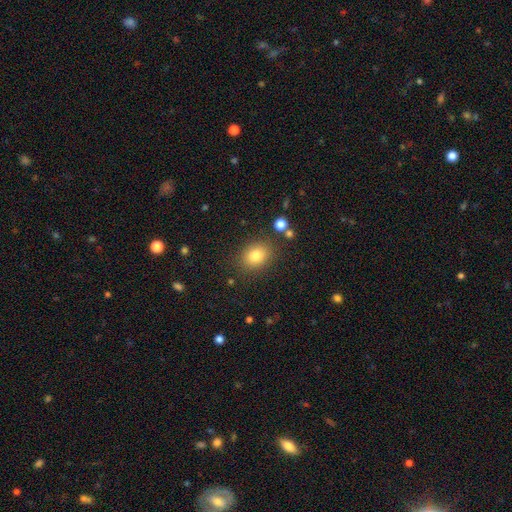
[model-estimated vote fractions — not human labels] A smooth galaxy with no disk features (81%) that is in between round and cigar-shaped (56%). Merging: none (84%).